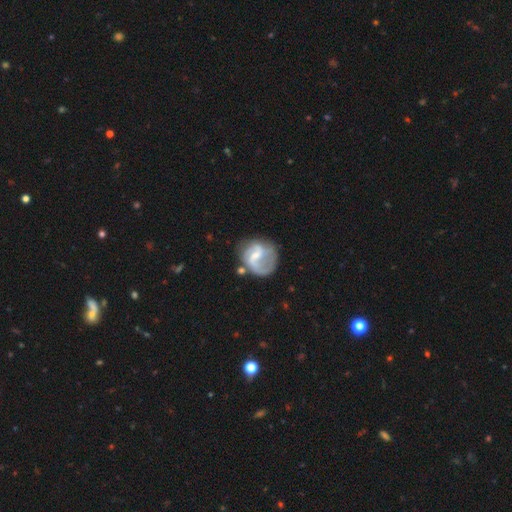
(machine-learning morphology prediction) smooth-or-featured: featured or disk: 75% | smooth: 18% | star or artifact: 6%
  disk-edge-on: no: 98% | yes: 2%
    bar: weak: 56% | no: 25% | strong: 20%
    has-spiral-arms: yes: 88% | no: 12%
      spiral-winding: loose: 42% (tied) | medium: 42% (tied) | tight: 17%
      spiral-arm-count: 2: 61% | 1: 22% | can't tell: 11% | 3: 3% | 4: 1% | more than 4: 1%
    bulge-size: small: 53% | moderate: 31% | none: 12% | large: 3% | dominant: 1%
  merging: none: 51% | minor disturbance: 22% | major disturbance: 19% | merger: 7%